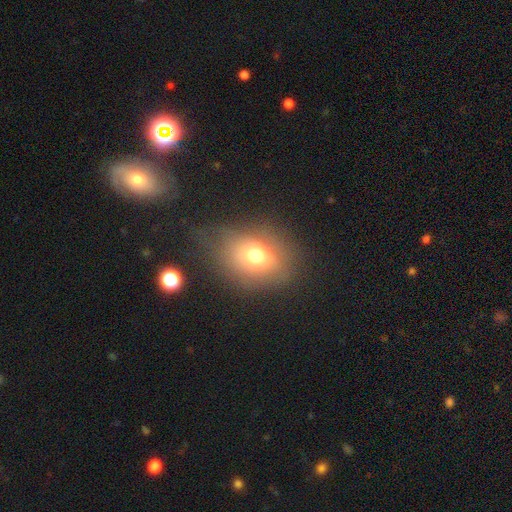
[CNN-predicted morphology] Smooth or featured: smooth — 68% (featured or disk — 18%)
How rounded: in between — 56% (round — 43%)
Merging: none — 58% (minor disturbance — 23%)